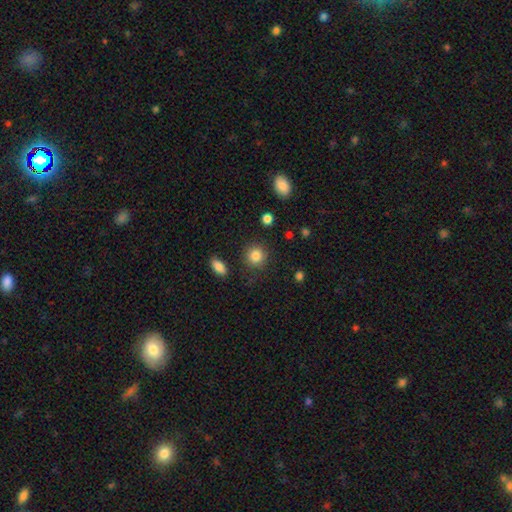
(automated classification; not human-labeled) A smooth galaxy with no disk features (85%) that is round (90%). Merging: none (87%).